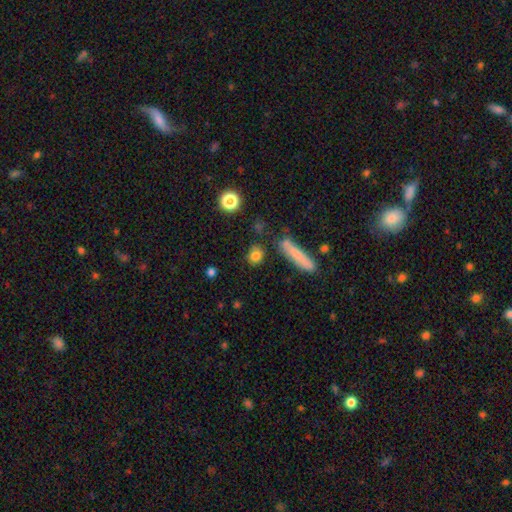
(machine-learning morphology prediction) A smooth galaxy with no disk features (80%) that is round (64%).

Vote fractions:
- Smooth or featured? smooth: 80% / star or artifact: 11% / featured or disk: 9%
- How rounded? round: 64% / in between: 26% / cigar-shaped: 10%
- Merging? none: 74% / minor disturbance: 13% / merger: 8% / major disturbance: 5%